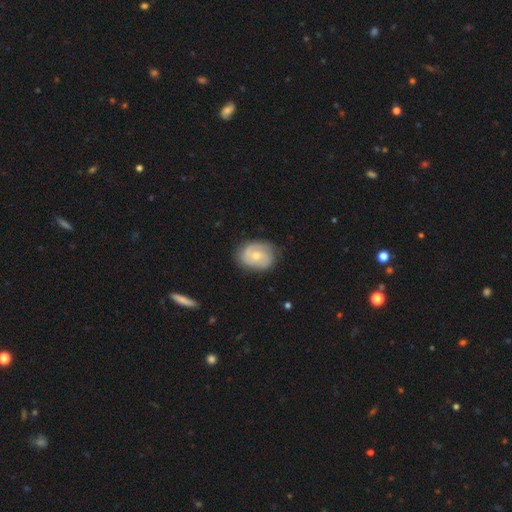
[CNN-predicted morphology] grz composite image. It shows a featured or disk galaxy (64%) with no bar (66%), 2 (60%) tight (49%) spiral arms (85%) and a moderate central bulge (50%). Merging: none (72%).